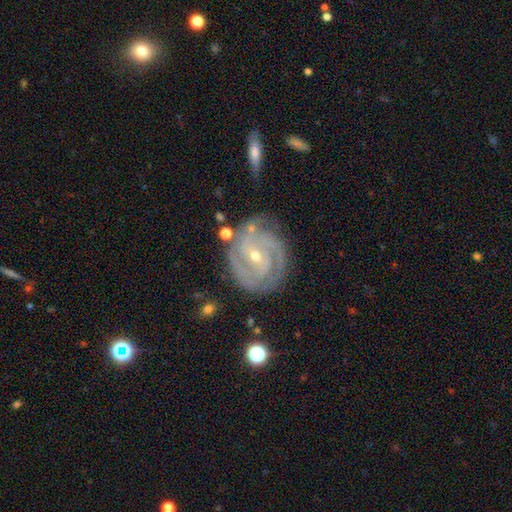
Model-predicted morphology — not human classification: smooth_or_featured: featured or disk (p=0.89) [alt: smooth p=0.06]
disk_edge_on: no (p=0.97) [alt: yes p=0.03]
bar: weak (p=0.41) [alt: no p=0.39]
has_spiral_arms: yes (p=0.97) [alt: no p=0.03]
spiral_winding: tight (p=0.70) [alt: medium p=0.26]
spiral_arm_count: 3 (p=0.33) [alt: 2 p=0.32]
bulge_size: small (p=0.64) [alt: moderate p=0.33]
merging: none (p=0.75) [alt: minor disturbance p=0.16]